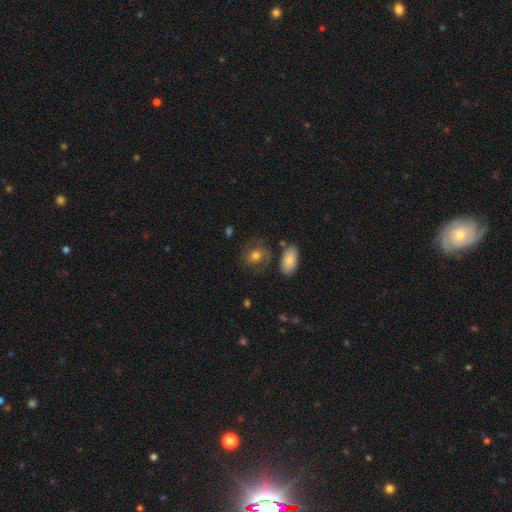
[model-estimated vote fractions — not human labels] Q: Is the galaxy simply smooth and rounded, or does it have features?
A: smooth — 57%.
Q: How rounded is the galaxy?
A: round — 52%.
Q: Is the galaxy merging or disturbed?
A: none — 66%.